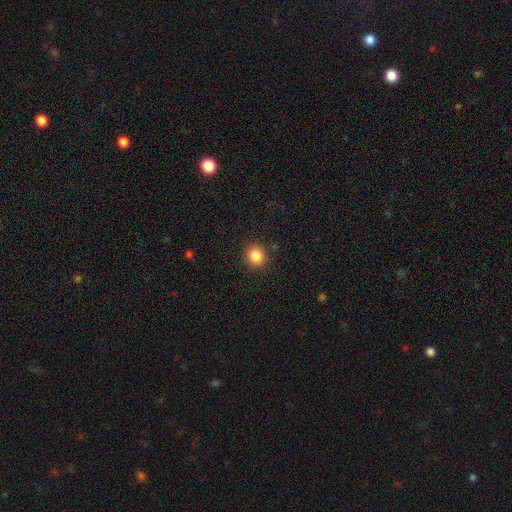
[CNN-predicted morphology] A smooth galaxy with no disk features (85%) that is round (90%). Merging: none (91%).